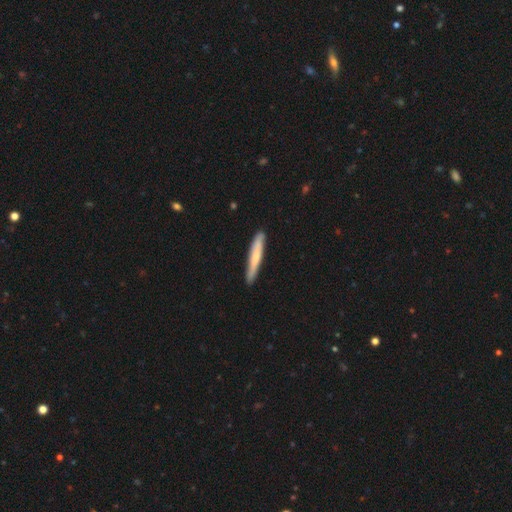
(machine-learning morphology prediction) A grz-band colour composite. It shows a smooth galaxy with no disk features (63%) that is cigar-shaped (94%). Merging: none (86%).